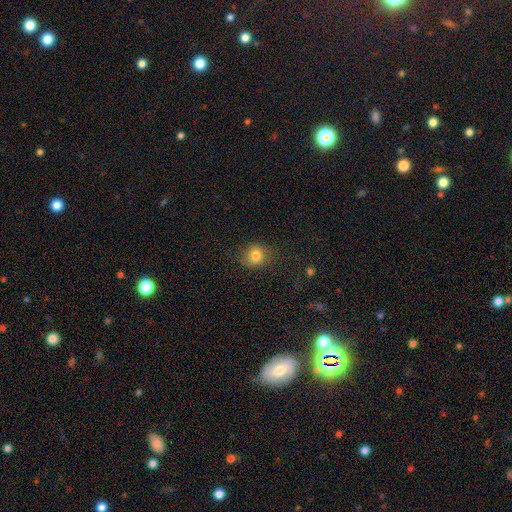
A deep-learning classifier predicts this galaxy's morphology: A smooth galaxy with no disk features (80%) that is round (75%).

Vote fractions:
- Smooth or featured? smooth: 80% / star or artifact: 12% / featured or disk: 8%
- How rounded? round: 75% / in between: 24% / cigar-shaped: 1%
- Merging? none: 74% / minor disturbance: 18% / major disturbance: 7% / merger: 1%